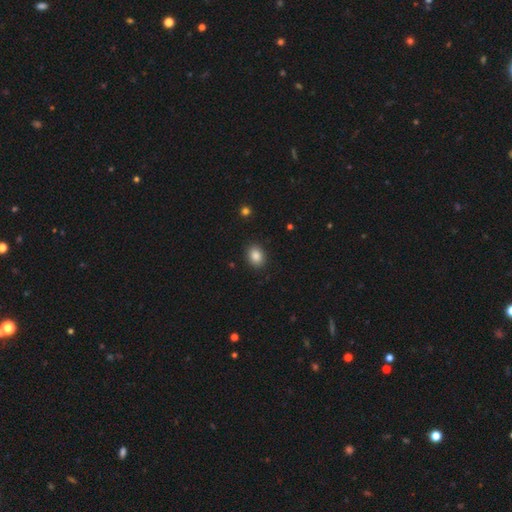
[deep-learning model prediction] Overall: smooth (87%). How rounded: in between (60%; round 39%). Merging: none (89%).